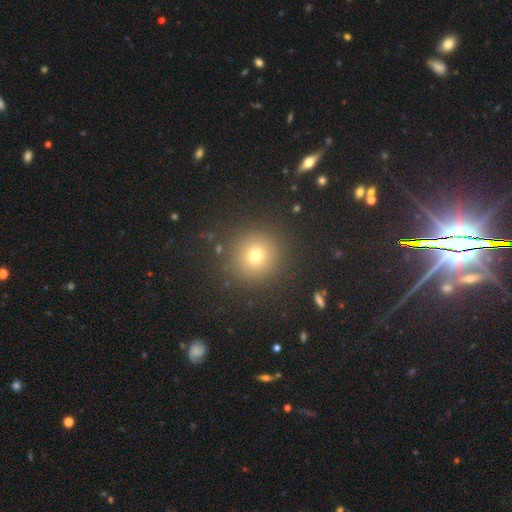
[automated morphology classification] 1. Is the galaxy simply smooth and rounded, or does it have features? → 71% smooth, 20% star or artifact, 10% featured or disk.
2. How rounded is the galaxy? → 94% round, 5% in between, 1% cigar-shaped.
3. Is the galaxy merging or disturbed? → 90% none, 6% minor disturbance, 3% major disturbance, 2% merger.